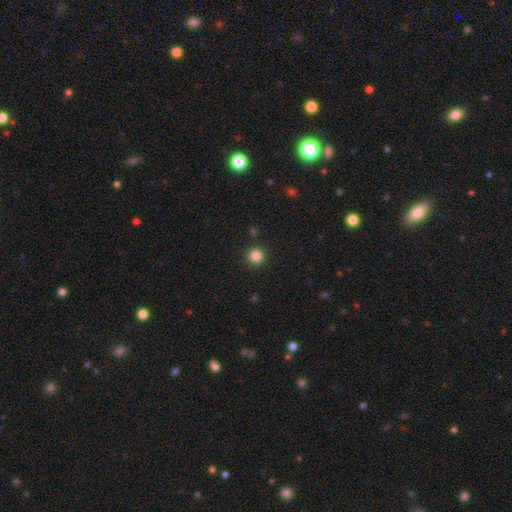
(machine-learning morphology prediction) Smooth or featured: smooth — 84% (star or artifact — 12%)
How rounded: round — 95% (in between — 4%)
Merging: none — 92% (minor disturbance — 5%)